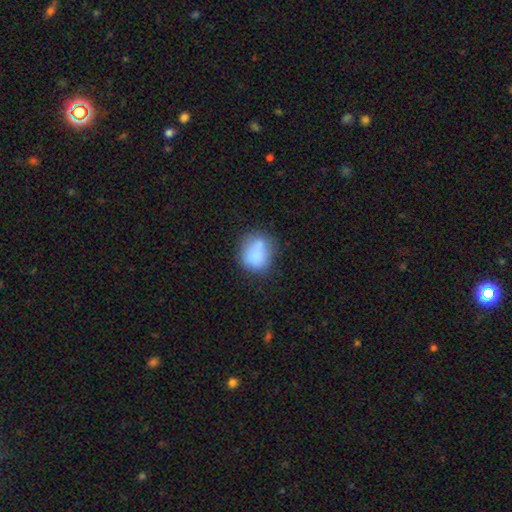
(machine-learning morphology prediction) A smooth galaxy with no disk features (77%) that is round (60%).

Vote fractions:
- Smooth or featured? smooth: 77% / featured or disk: 14% / star or artifact: 10%
- How rounded? round: 60% / in between: 39% / cigar-shaped: 1%
- Merging? none: 52% / minor disturbance: 22% / merger: 17% / major disturbance: 9%